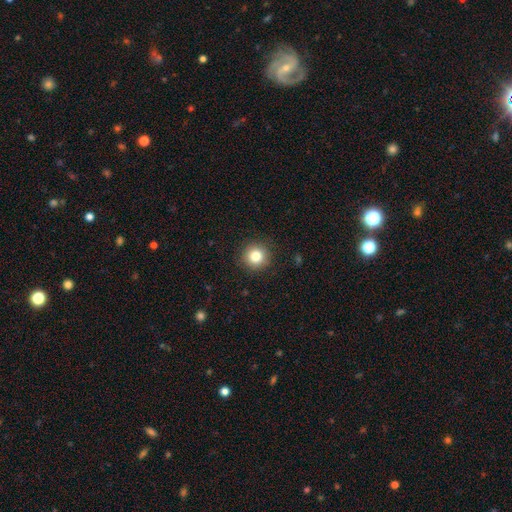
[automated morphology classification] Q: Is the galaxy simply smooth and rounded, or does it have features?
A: smooth — 83%.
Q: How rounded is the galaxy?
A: round — 94%.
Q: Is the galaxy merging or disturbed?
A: none — 91%.